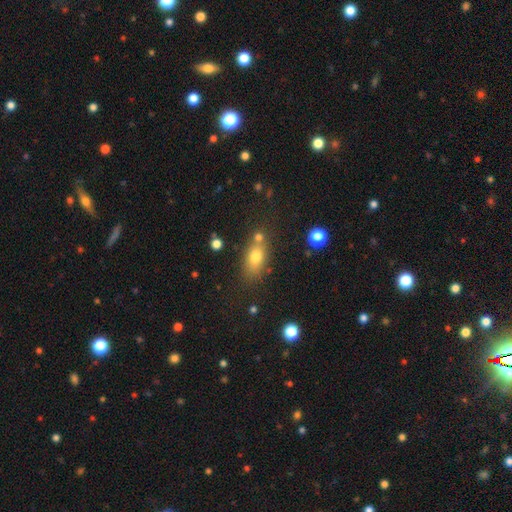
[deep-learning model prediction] The model was most divided on "merging": none: 65%, merger: 16%, minor disturbance: 14%, major disturbance: 5%. More confident: how rounded — in between (75%); smooth or featured — smooth (74%).